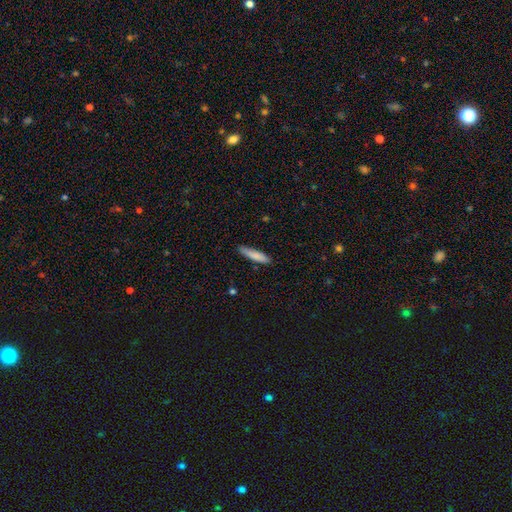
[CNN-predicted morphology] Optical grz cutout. It shows a smooth galaxy with no disk features (81%) that is cigar-shaped (86%). Merging: none (83%).